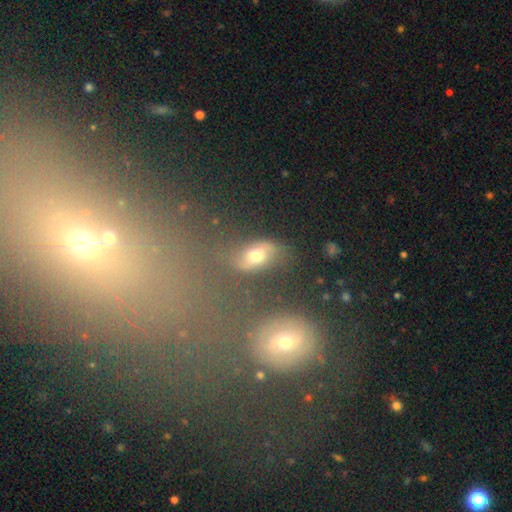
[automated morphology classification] This is possibly a smooth galaxy (46%). Merging: likely none (65%).